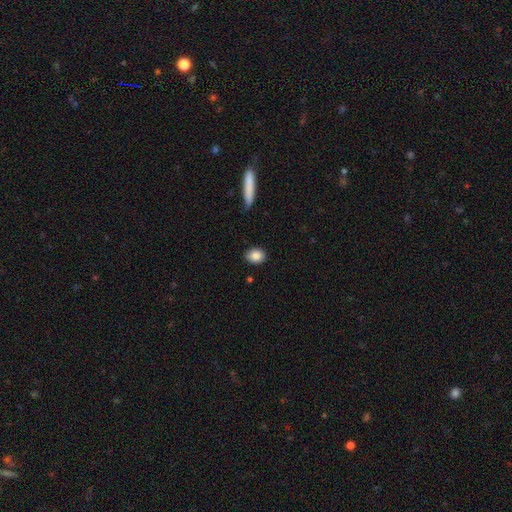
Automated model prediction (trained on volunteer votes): smooth 86%, star or artifact 8%, featured or disk 6%. Down the decision tree: how rounded — in between (65%); merging — none (86%).